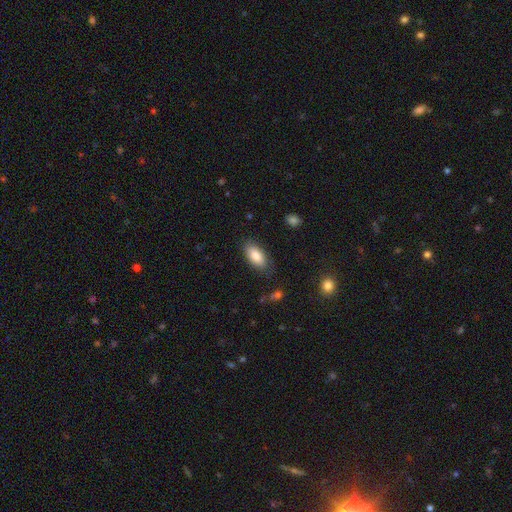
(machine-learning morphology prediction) Smooth or featured? Predicted: smooth (p=0.86). How rounded? Predicted: in between (p=0.90). Merging? Predicted: none (p=0.82).